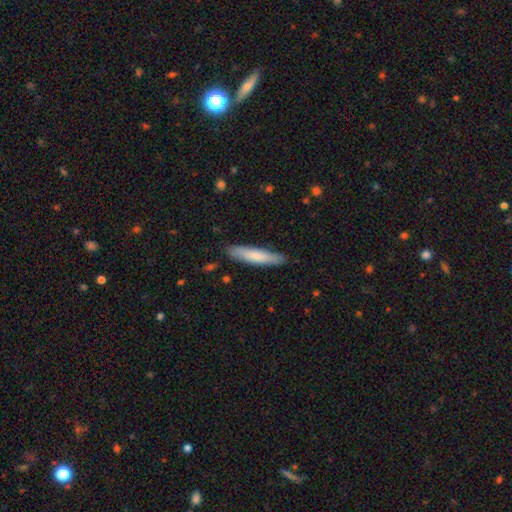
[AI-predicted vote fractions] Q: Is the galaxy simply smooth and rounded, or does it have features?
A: smooth — 75%.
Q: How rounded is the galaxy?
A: cigar-shaped — 86%.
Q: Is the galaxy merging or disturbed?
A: none — 88%.